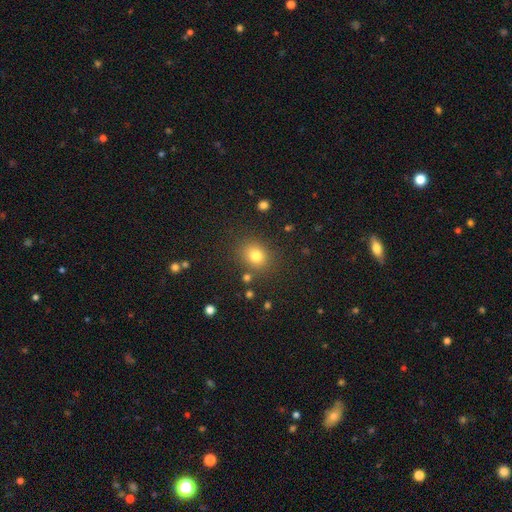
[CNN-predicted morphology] Smooth or featured?
  - smooth: 79% *
  - star or artifact: 14%
  - featured or disk: 7%
How rounded?
  - round: 68% *
  - in between: 31%
  - cigar-shaped: 1%
Merging?
  - none: 83% *
  - minor disturbance: 10%
  - major disturbance: 4%
  - merger: 4%